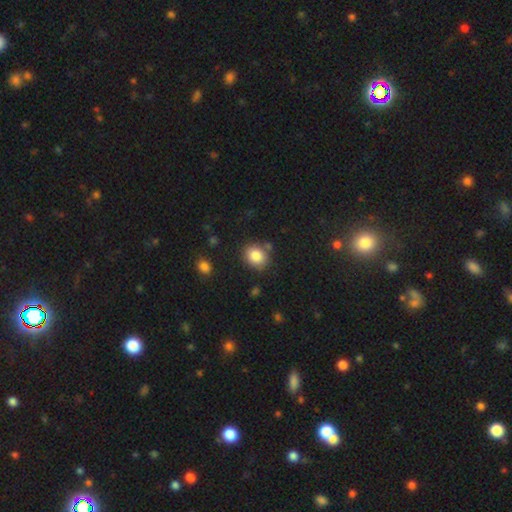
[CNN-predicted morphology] Overall: smooth (84%). How rounded: round (62%; in between 37%). Merging: none (79%).